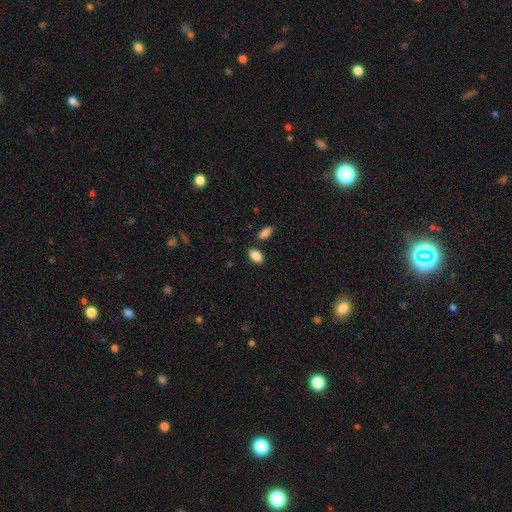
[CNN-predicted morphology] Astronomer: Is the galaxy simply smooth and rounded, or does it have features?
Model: smooth — 88%.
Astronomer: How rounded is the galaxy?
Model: in between — 90%.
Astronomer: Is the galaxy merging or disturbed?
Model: none — 82%.